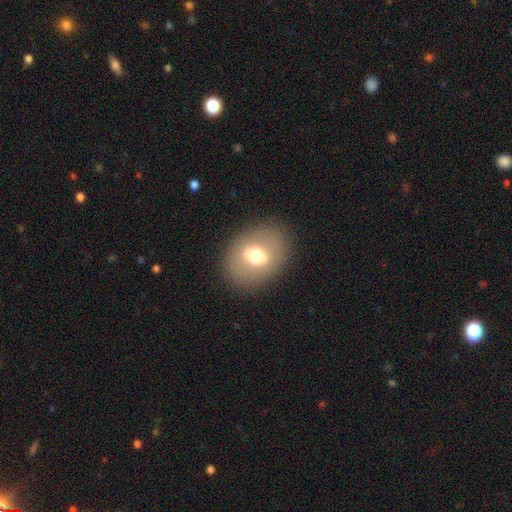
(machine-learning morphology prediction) Q: Smooth or featured?
A: smooth (62%); runner-up: featured or disk (28%)
Q: How rounded?
A: in between (59%); runner-up: round (40%)
Q: Merging?
A: none (86%); runner-up: minor disturbance (8%)